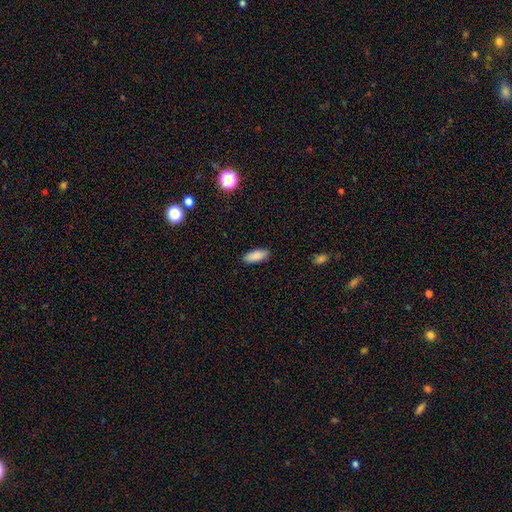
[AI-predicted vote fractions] Overall: smooth (87%). How rounded: in between (80%). Merging: none (89%).